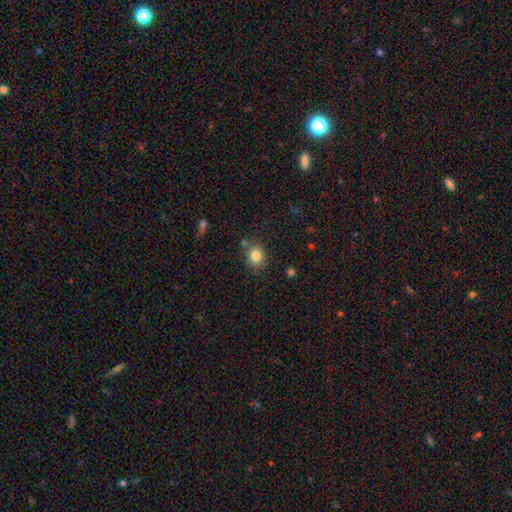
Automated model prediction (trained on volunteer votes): This is clearly a smooth galaxy (83%). How rounded: possibly round (59%). Merging: likely none (75%).